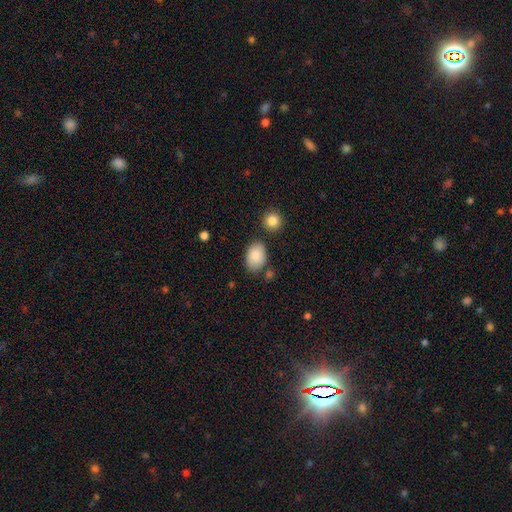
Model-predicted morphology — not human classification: A smooth galaxy with no disk features (85%) that is in between round and cigar-shaped (84%).

Vote fractions:
- Smooth or featured? smooth: 85% / featured or disk: 9% / star or artifact: 7%
- How rounded? in between: 84% / round: 15% / cigar-shaped: 1%
- Merging? none: 74% / minor disturbance: 16% / merger: 6% / major disturbance: 4%